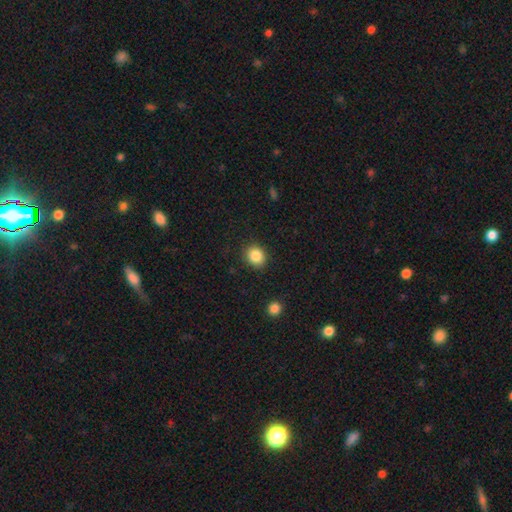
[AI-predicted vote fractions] Smooth or featured? smooth (86%)
How rounded? round (70%)
Merging? none (88%)